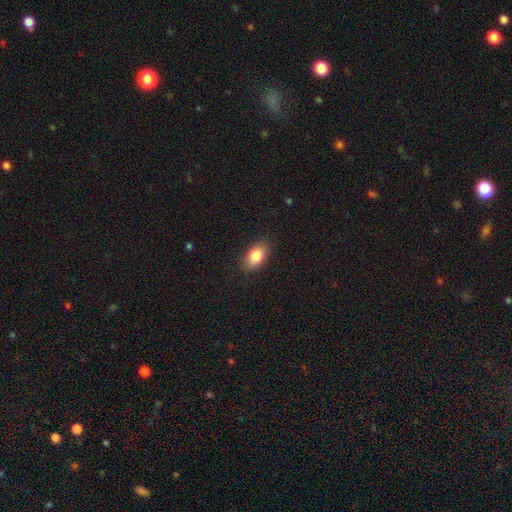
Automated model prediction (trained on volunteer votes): A smooth galaxy with no disk features (83%) that is in between round and cigar-shaped (89%). Merging: none (86%).